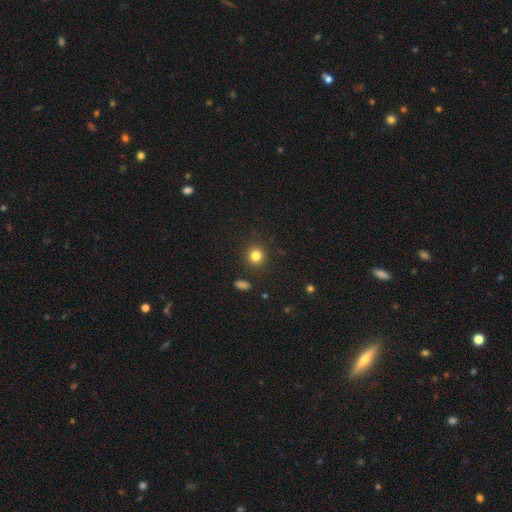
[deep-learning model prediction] smooth-or-featured: smooth: 82% | star or artifact: 12% | featured or disk: 6%
  how-rounded: round: 87% | in between: 12% | cigar-shaped: 1%
  merging: none: 89% | minor disturbance: 6% | major disturbance: 2% | merger: 2%